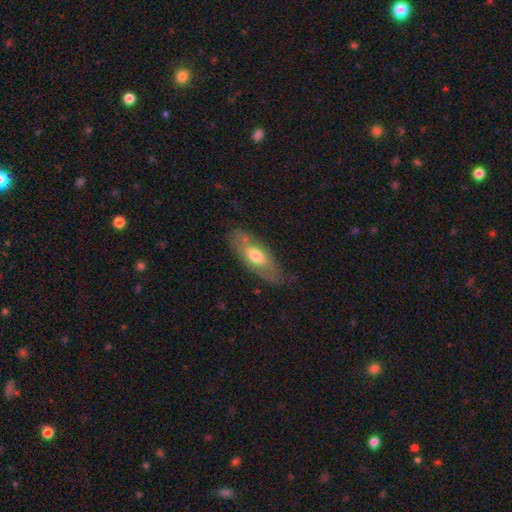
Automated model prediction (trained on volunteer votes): A smooth galaxy with no disk features (52%) that is in between round and cigar-shaped (80%). Merging: none (72%).